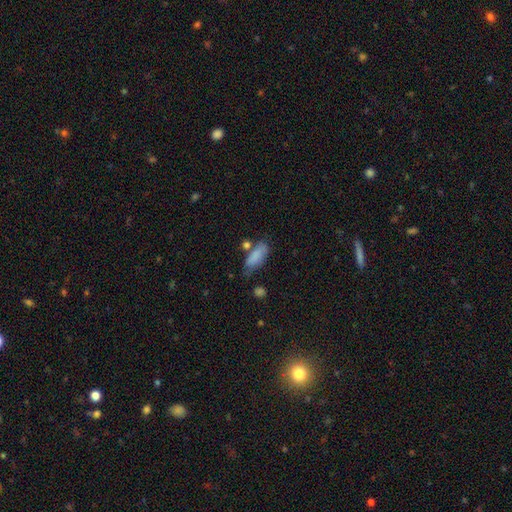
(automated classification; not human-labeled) smooth_or_featured: smooth (p=0.83) [alt: featured or disk p=0.10]
how_rounded: in between (p=0.77) [alt: cigar-shaped p=0.20]
merging: none (p=0.52) [alt: minor disturbance p=0.27]